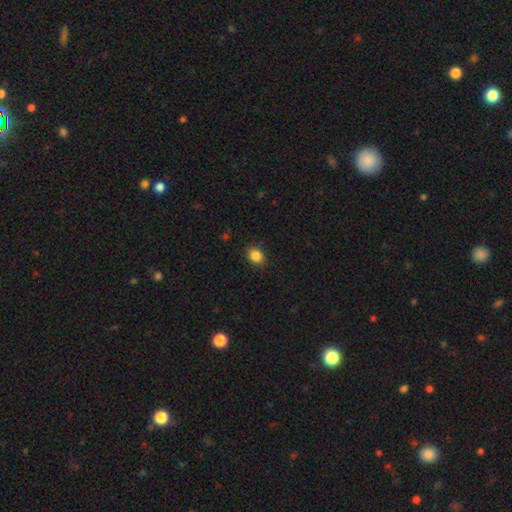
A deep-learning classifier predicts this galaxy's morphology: smooth-or-featured: smooth: 86% | star or artifact: 10% | featured or disk: 4%
  how-rounded: in between: 55% | round: 44% | cigar-shaped: 1%
  merging: none: 88% | minor disturbance: 8% | major disturbance: 2% | merger: 1%